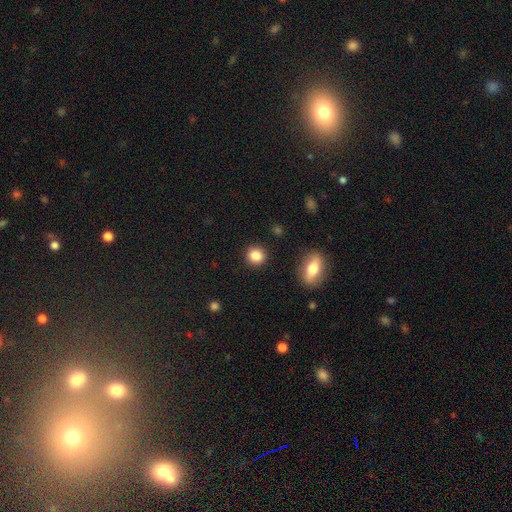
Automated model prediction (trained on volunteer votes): This appears to be a smooth galaxy with no disk features (85%) that is round (87%). Merging: none (90%).